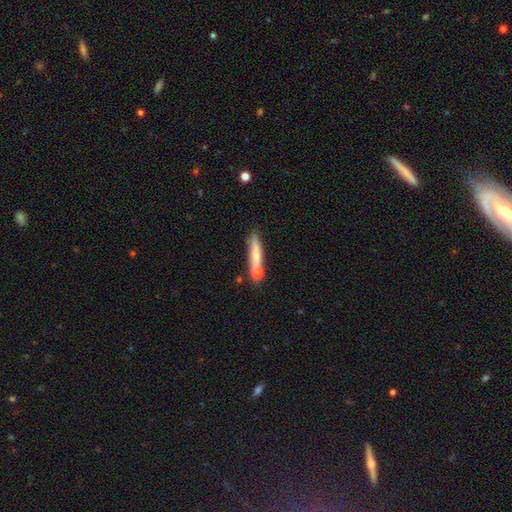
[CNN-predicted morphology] Smooth or featured?
  - smooth: 63% *
  - featured or disk: 30%
  - star or artifact: 7%
How rounded?
  - cigar-shaped: 85% *
  - in between: 12%
  - round: 3%
Merging?
  - none: 60% *
  - merger: 20%
  - minor disturbance: 15%
  - major disturbance: 5%